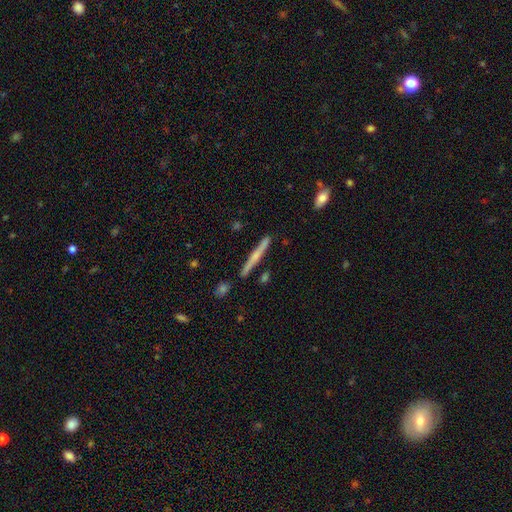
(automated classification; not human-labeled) Smooth or featured?
  - featured or disk: 59% *
  - smooth: 35%
  - star or artifact: 6%
Edge-on disk?
  - yes: 97% *
  - no: 3%
Edge-on bulge?
  - rounded: 60% *
  - none: 33%
  - boxy: 7%
Merging?
  - none: 89% *
  - minor disturbance: 8%
  - merger: 2%
  - major disturbance: 1%